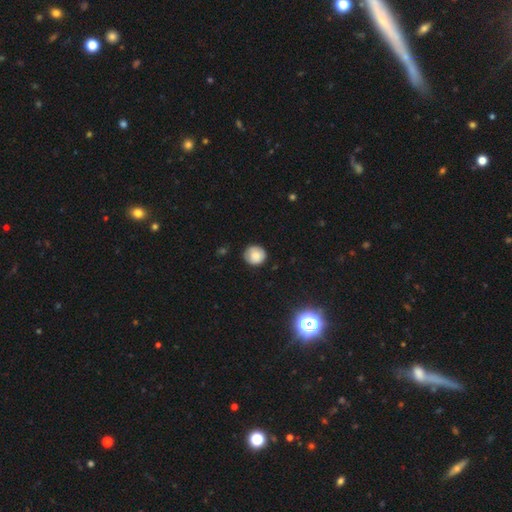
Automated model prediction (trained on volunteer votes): smooth 82%, star or artifact 9%, featured or disk 9%. Down the decision tree: how rounded — round (90%); merging — none (82%).